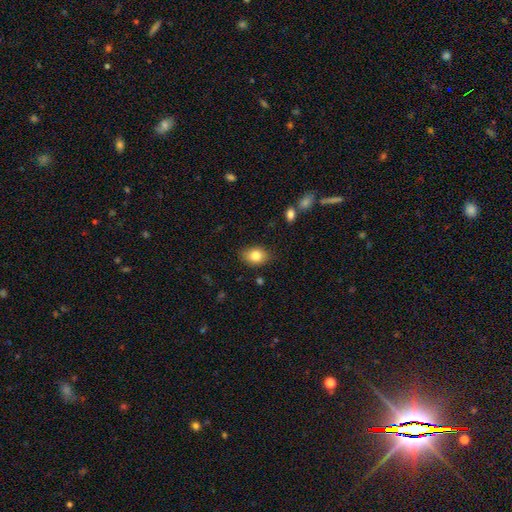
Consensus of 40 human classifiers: Smooth or featured: smooth — 80% (featured or disk — 10%)
How rounded: in between — 59% (round — 38%)
Merging: none — 83% (major disturbance — 8%)